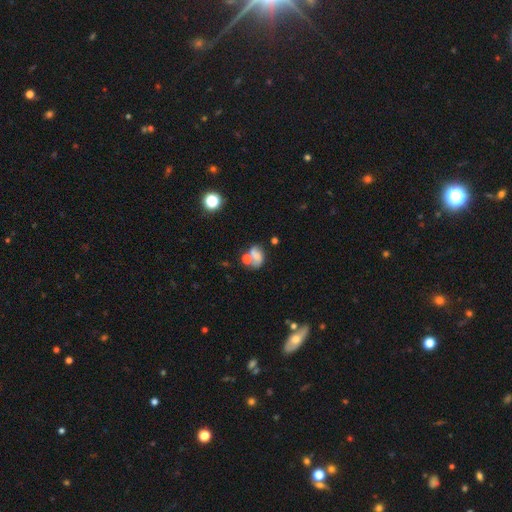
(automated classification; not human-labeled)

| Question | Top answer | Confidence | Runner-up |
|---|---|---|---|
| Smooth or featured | smooth | 58% | featured or disk (28%) |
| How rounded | in between | 66% | round (33%) |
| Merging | merger | 35% | none (34%) |